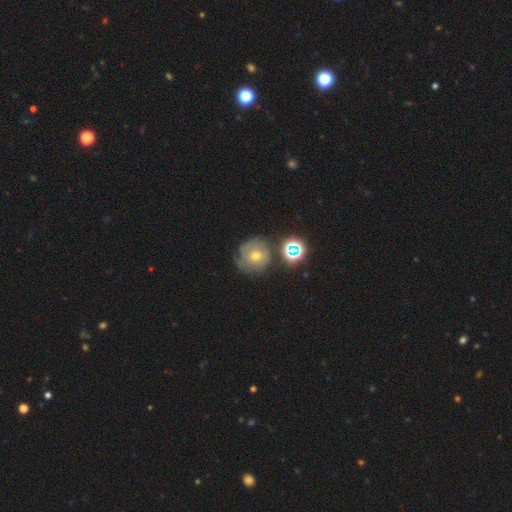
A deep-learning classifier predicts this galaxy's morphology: This appears to be a featured or disk galaxy (49%). Merging: none (64%).